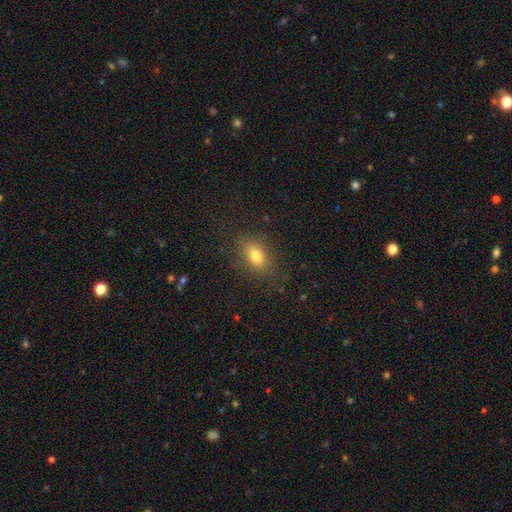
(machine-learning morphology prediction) Q: Smooth or featured?
A: smooth (78%); runner-up: star or artifact (12%)
Q: How rounded?
A: in between (81%); runner-up: round (15%)
Q: Merging?
A: none (81%); runner-up: minor disturbance (12%)